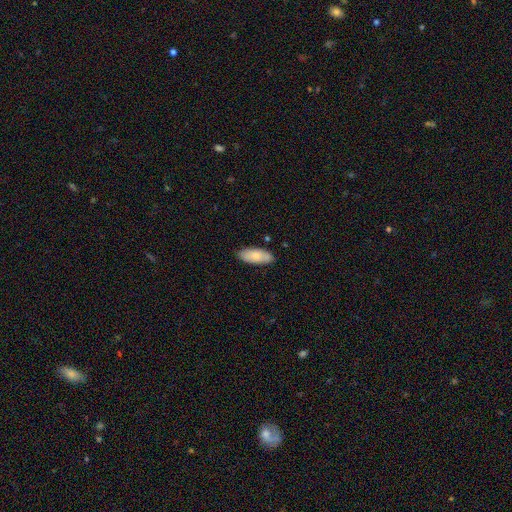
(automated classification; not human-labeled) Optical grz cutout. It shows a smooth galaxy with no disk features (80%) that is in between round and cigar-shaped (83%). Merging: none (84%).